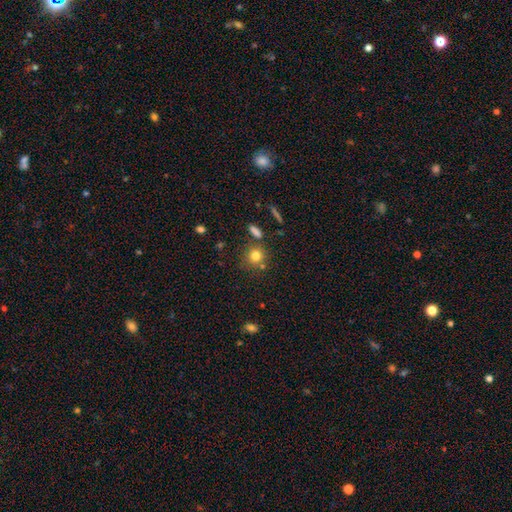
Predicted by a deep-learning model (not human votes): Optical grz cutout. It shows a smooth galaxy with no disk features (77%) that is round (88%). Merging: none (73%).